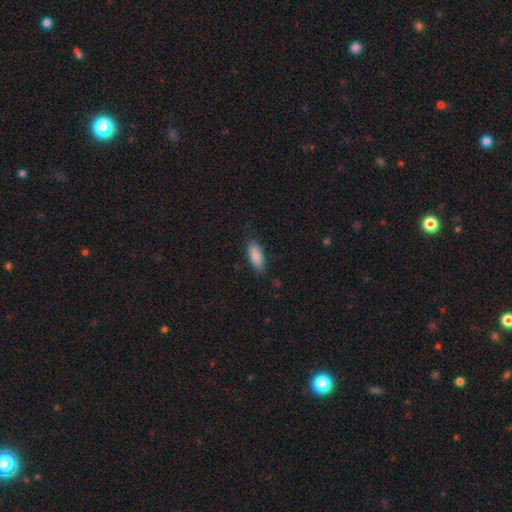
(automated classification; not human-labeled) Q: Smooth or featured?
A: smooth (88%); runner-up: star or artifact (6%)
Q: How rounded?
A: in between (76%); runner-up: cigar-shaped (22%)
Q: Merging?
A: none (83%); runner-up: minor disturbance (13%)